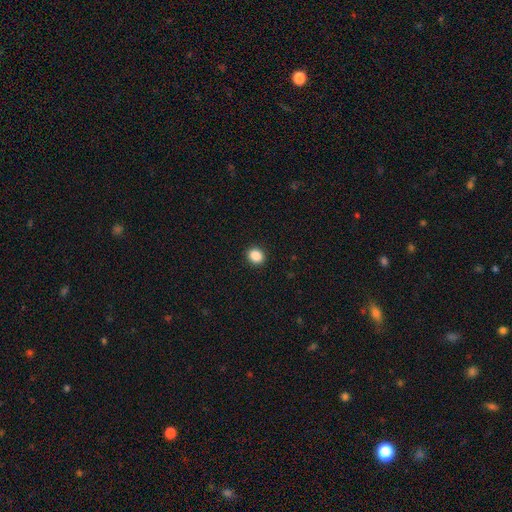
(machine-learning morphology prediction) A smooth galaxy with no disk features (88%) that is round (69%).

Vote fractions:
- Smooth or featured? smooth: 88% / star or artifact: 9% / featured or disk: 3%
- How rounded? round: 69% / in between: 31% / cigar-shaped: 1%
- Merging? none: 92% / minor disturbance: 5% / major disturbance: 2% / merger: 1%